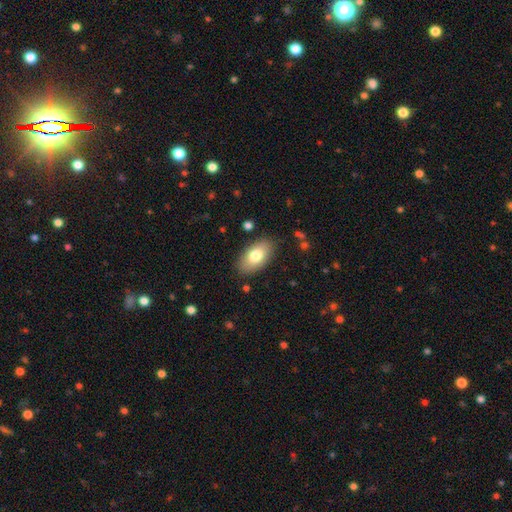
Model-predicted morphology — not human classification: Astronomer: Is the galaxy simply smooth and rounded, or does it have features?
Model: smooth — 77%.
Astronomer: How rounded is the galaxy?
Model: in between — 93%.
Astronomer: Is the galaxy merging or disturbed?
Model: none — 85%.